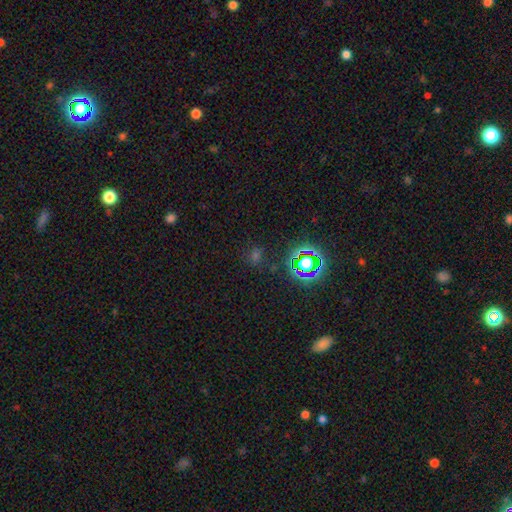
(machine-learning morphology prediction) Q: Smooth or featured?
A: star or artifact (55%); runner-up: smooth (37%)